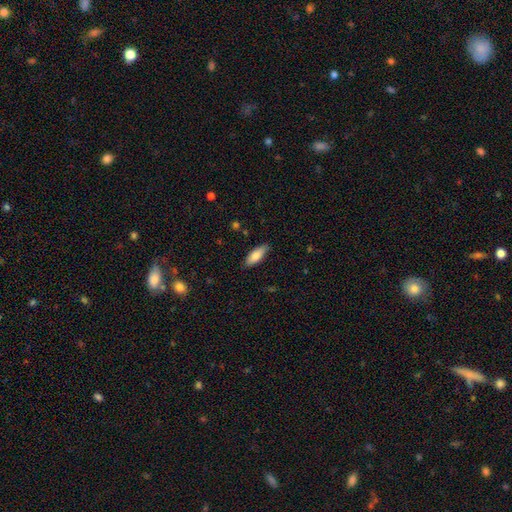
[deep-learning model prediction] Q: Smooth or featured?
A: smooth (77%); runner-up: featured or disk (17%)
Q: How rounded?
A: in between (70%); runner-up: cigar-shaped (28%)
Q: Merging?
A: none (85%); runner-up: minor disturbance (12%)